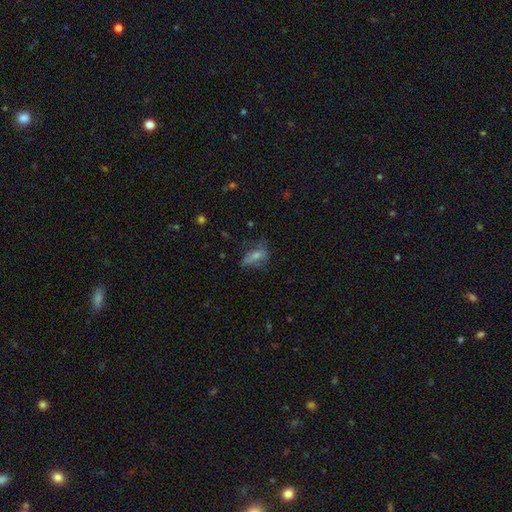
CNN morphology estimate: Smooth or featured? smooth (58%)
How rounded? in between (74%)
Merging? none (46%)